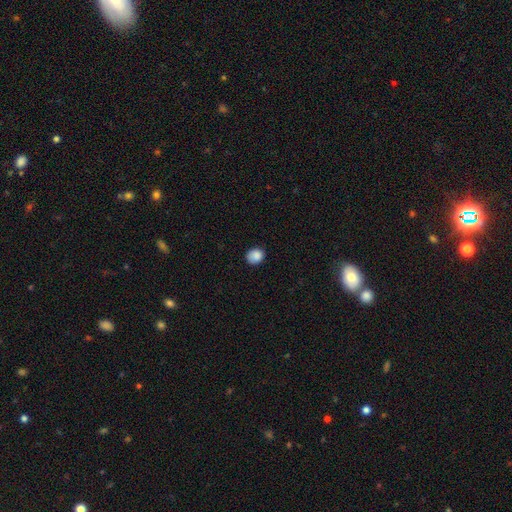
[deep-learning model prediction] Q: Smooth or featured?
A: smooth (87%); runner-up: star or artifact (9%)
Q: How rounded?
A: round (69%); runner-up: in between (30%)
Q: Merging?
A: none (81%); runner-up: minor disturbance (15%)